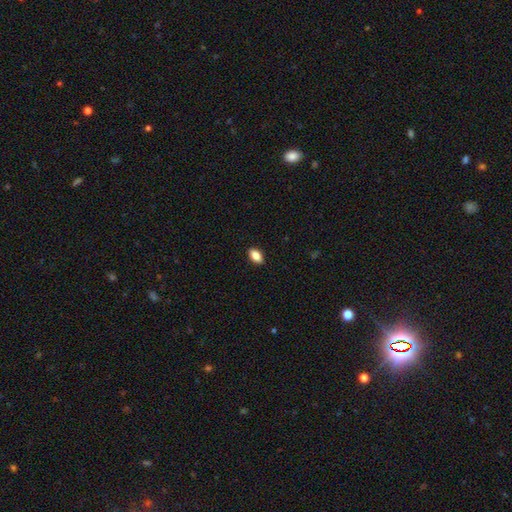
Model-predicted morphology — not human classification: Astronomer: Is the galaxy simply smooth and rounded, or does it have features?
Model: smooth — 85%.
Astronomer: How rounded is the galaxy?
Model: in between — 89%.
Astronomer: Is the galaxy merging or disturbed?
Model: none — 90%.